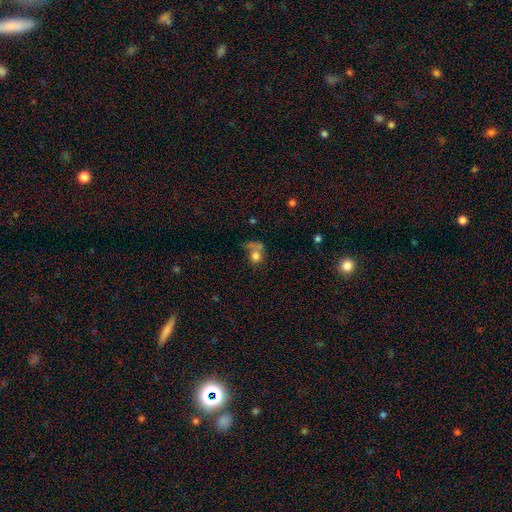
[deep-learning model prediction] smooth_or_featured: smooth (p=0.68) [alt: featured or disk p=0.18]
how_rounded: round (p=0.75) [alt: in between p=0.24]
merging: merger (p=0.35) [alt: none p=0.31]